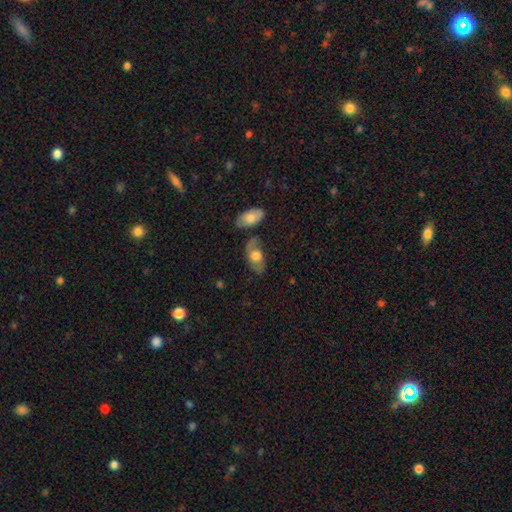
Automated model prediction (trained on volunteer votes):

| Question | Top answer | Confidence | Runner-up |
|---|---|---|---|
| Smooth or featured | smooth | 58% | featured or disk (35%) |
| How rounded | in between | 90% | round (6%) |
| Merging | none | 54% | minor disturbance (22%) |